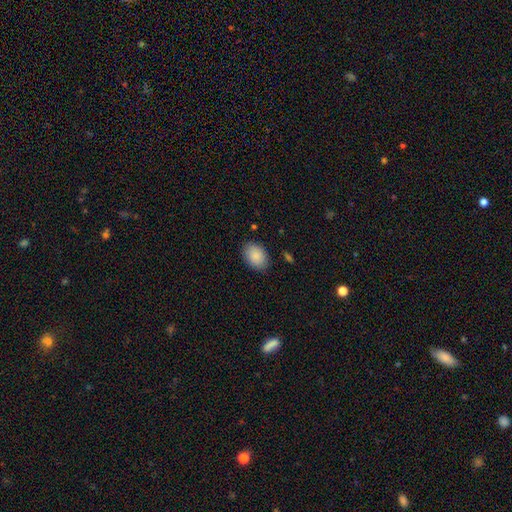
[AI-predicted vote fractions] Overall: smooth (89%). How rounded: in between (82%). Merging: none (86%).